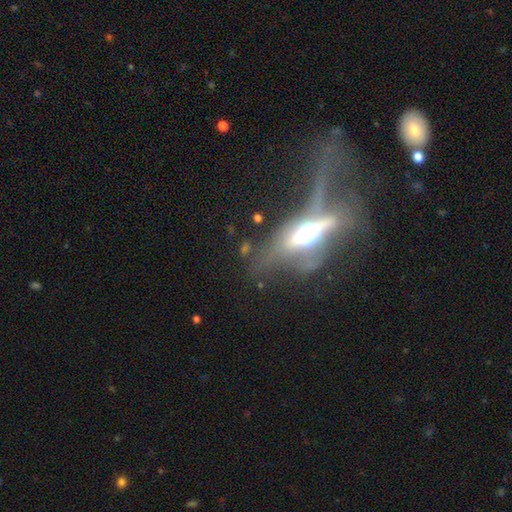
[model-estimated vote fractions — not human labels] This is likely a featured or disk galaxy (67%). It is likely viewed edge-on (67%). Merging: marginally major disturbance (43%).